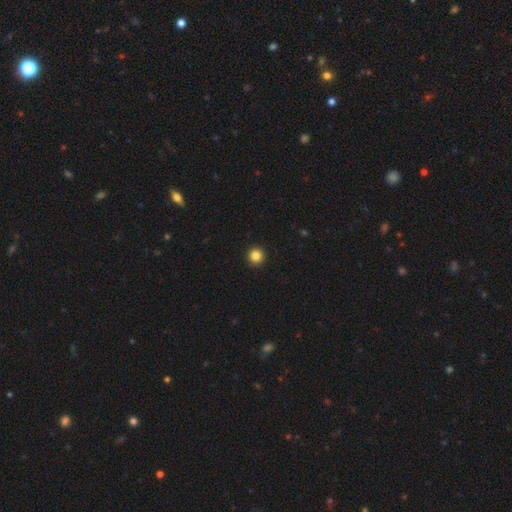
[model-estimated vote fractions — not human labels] Morphology: type=smooth (85%); roundness=round (96%); merging=none (94%).